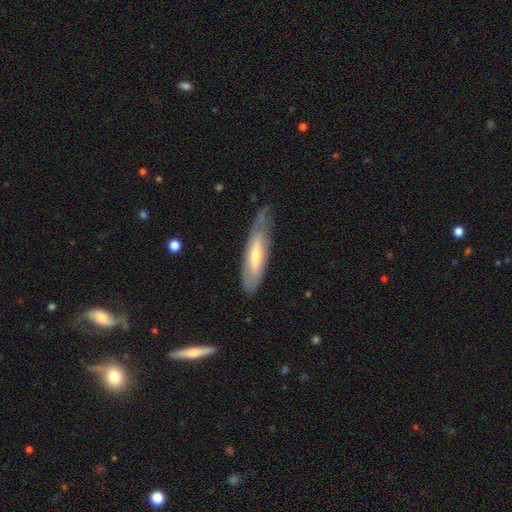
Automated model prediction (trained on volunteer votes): featured or disk 52%, smooth 42%, star or artifact 6%. Down the decision tree: edge-on disk — yes (51%); merging — none (61%).